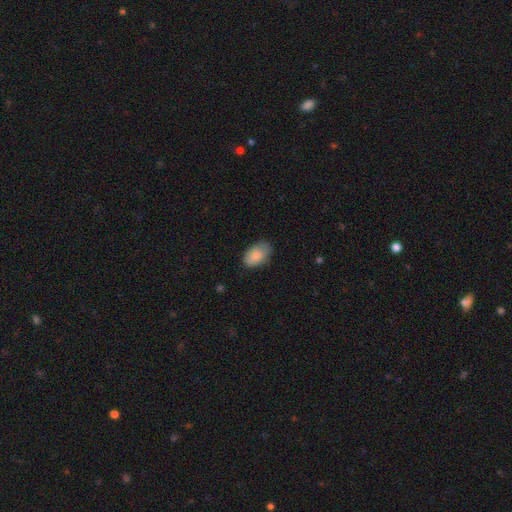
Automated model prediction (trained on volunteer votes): smooth 87%, featured or disk 7%, star or artifact 6%. Down the decision tree: how rounded — in between (92%); merging — none (73%).